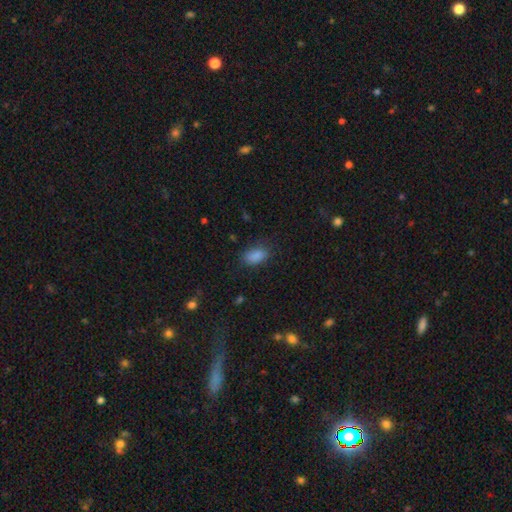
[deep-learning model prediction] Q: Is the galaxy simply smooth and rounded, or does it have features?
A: smooth — 86%.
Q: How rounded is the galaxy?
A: in between — 90%.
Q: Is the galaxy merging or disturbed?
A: none — 74%.